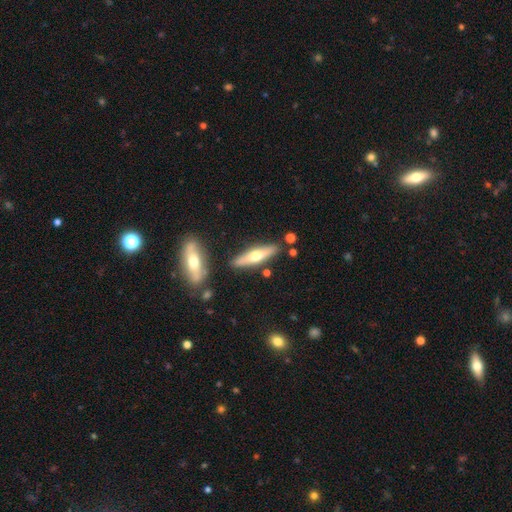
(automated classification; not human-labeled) Smooth or featured: featured or disk — 49% (smooth — 45%)
Merging: none — 81% (minor disturbance — 10%)